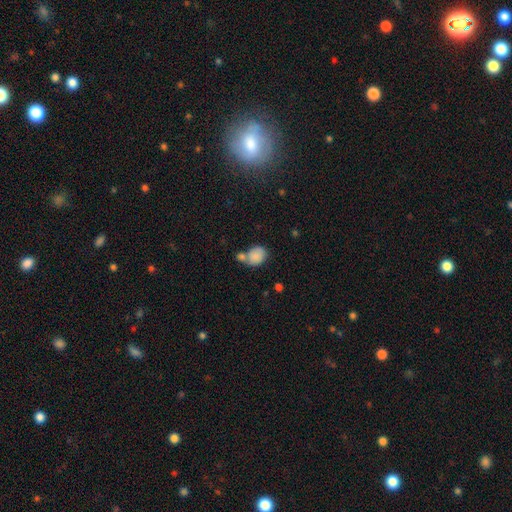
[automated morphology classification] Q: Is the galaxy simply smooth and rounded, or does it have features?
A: smooth — 84%.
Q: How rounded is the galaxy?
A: in between — 54%.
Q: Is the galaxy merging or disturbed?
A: merger — 42%.